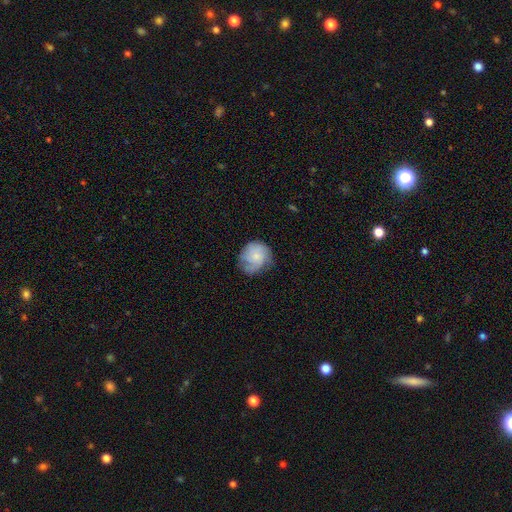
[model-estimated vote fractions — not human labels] smooth 55%, featured or disk 38%, star or artifact 8%. Down the decision tree: how rounded — round (74%); merging — none (59%).